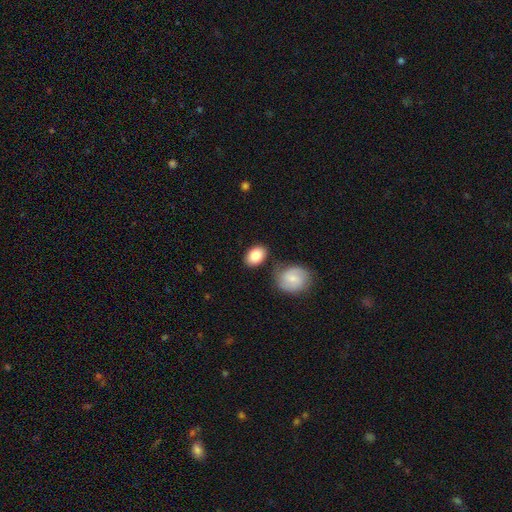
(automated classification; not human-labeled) A smooth galaxy with no disk features (83%) that is in between round and cigar-shaped (78%).

Vote fractions:
- Smooth or featured? smooth: 83% / featured or disk: 11% / star or artifact: 6%
- How rounded? in between: 78% / round: 20% / cigar-shaped: 1%
- Merging? none: 72% / minor disturbance: 14% / merger: 10% / major disturbance: 4%